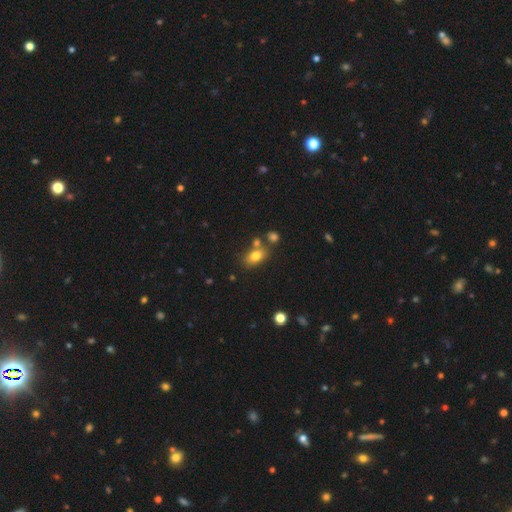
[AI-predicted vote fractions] smooth-or-featured: smooth: 79% | featured or disk: 11% | star or artifact: 10%
  how-rounded: in between: 83% | round: 15% | cigar-shaped: 3%
  merging: none: 64% | merger: 18% | minor disturbance: 14% | major disturbance: 4%